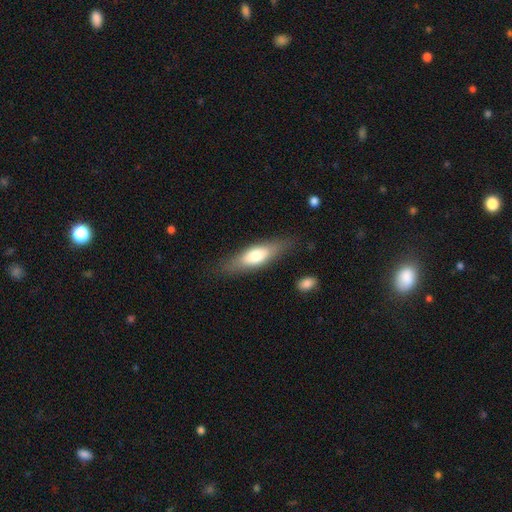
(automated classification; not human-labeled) The model was most divided on "how rounded": in between: 51%, cigar-shaped: 46%, round: 3%. More confident: merging — none (78%); smooth or featured — smooth (60%).